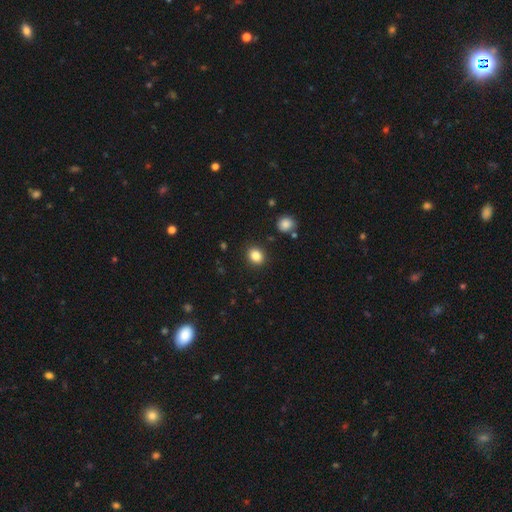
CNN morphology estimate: Smooth or featured? smooth (85%)
How rounded? round (62%)
Merging? none (89%)